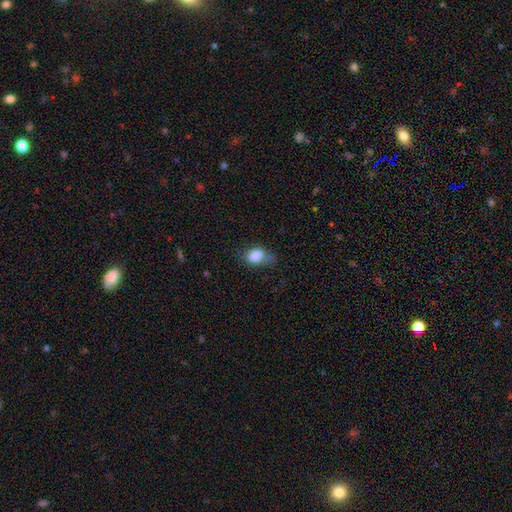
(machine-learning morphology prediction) A smooth galaxy with no disk features (83%) that is in between round and cigar-shaped (72%).

Vote fractions:
- Smooth or featured? smooth: 83% / star or artifact: 9% / featured or disk: 9%
- How rounded? in between: 72% / round: 26% / cigar-shaped: 2%
- Merging? none: 44% / minor disturbance: 35% / major disturbance: 16% / merger: 4%